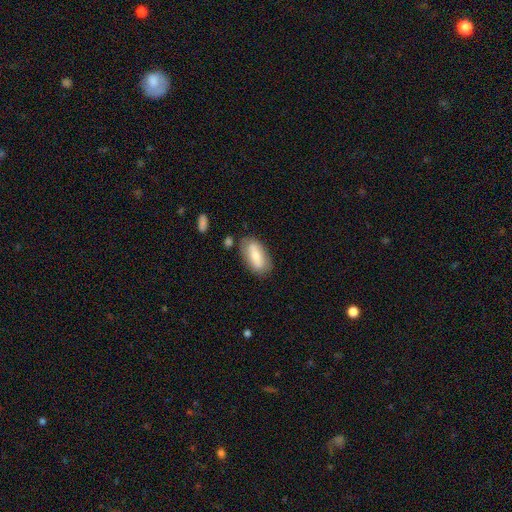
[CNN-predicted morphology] This is likely a smooth galaxy (70%). How rounded: clearly in between (86%). Merging: likely none (77%).